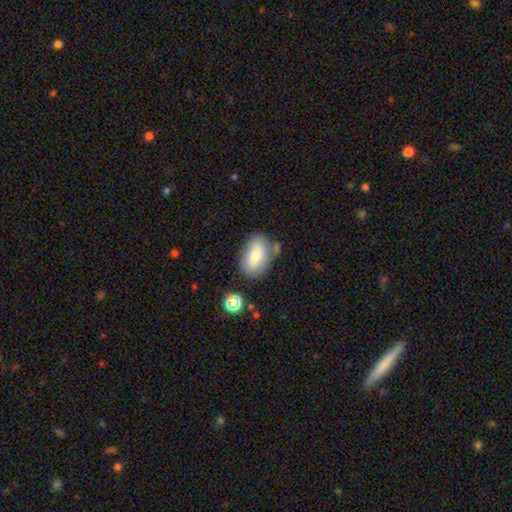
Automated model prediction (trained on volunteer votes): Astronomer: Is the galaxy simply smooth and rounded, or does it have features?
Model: smooth — 77%.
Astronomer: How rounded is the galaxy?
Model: in between — 89%.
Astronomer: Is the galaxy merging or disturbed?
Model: none — 65%.